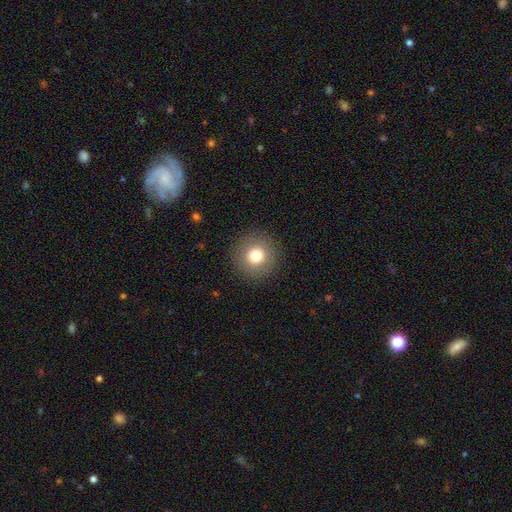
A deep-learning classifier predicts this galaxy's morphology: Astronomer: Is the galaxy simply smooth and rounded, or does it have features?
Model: smooth — 78%.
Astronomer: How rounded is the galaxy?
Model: round — 95%.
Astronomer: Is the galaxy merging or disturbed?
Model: none — 91%.